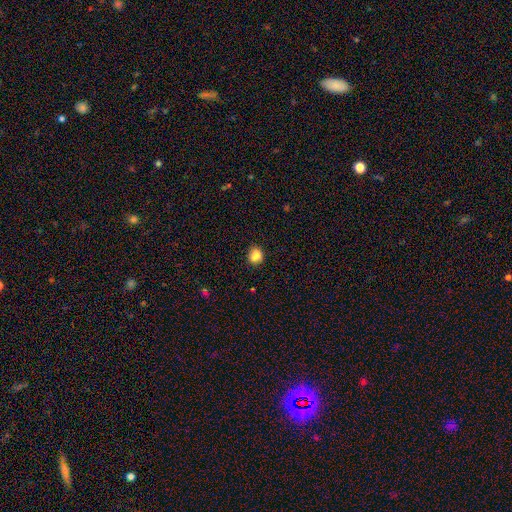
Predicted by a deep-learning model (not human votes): The model was most divided on "merging": none: 52%, merger: 27%, minor disturbance: 16%, major disturbance: 5%. More confident: smooth or featured — smooth (77%); how rounded — round (64%).